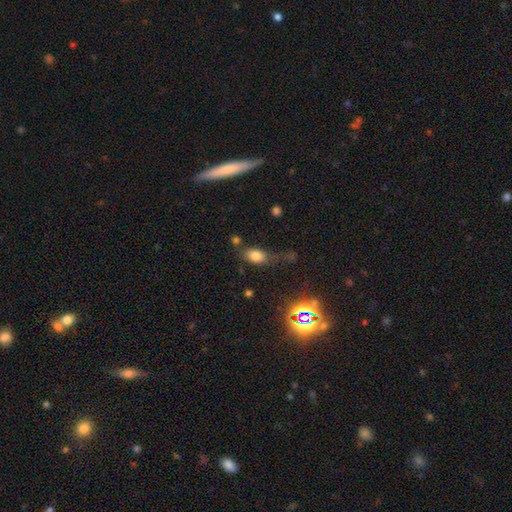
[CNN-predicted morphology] Overall: smooth (77%). How rounded: in between (84%). Merging: none (52%; minor disturbance 23%).